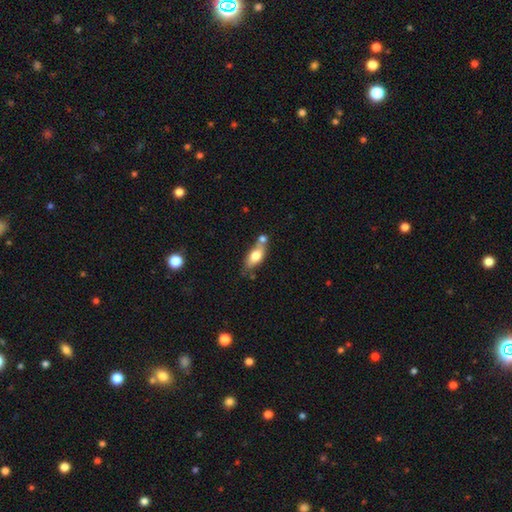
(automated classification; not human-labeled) smooth-or-featured: smooth: 72% | featured or disk: 21% | star or artifact: 7%
  how-rounded: in between: 82% | cigar-shaped: 13% | round: 5%
  merging: none: 48% | merger: 30% | minor disturbance: 16% | major disturbance: 5%